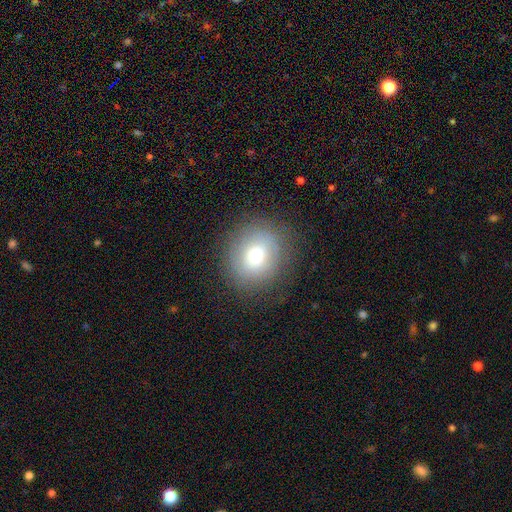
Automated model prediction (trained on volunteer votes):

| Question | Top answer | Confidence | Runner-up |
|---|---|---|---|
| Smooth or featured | smooth | 69% | featured or disk (19%) |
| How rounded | round | 77% | in between (22%) |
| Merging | none | 81% | minor disturbance (12%) |